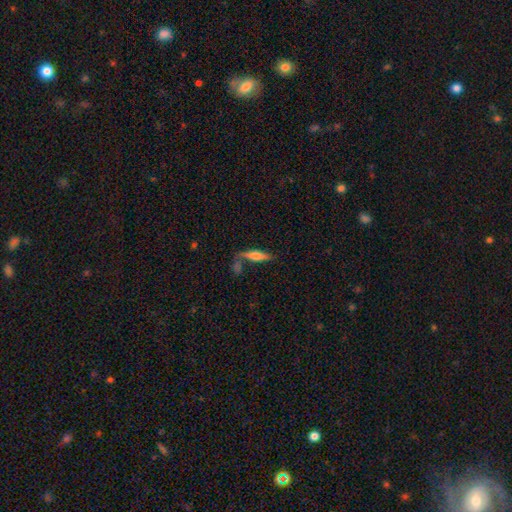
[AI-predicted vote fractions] Smooth or featured? Predicted: smooth (p=0.55). How rounded? Predicted: cigar-shaped (p=0.72). Merging? Predicted: none (p=0.53).